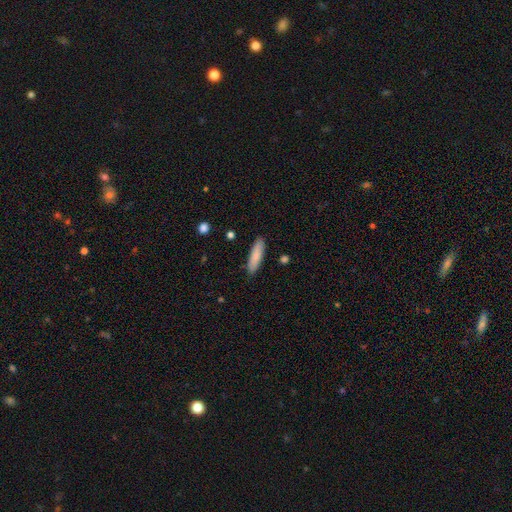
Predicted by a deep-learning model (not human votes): Overall: smooth (85%). How rounded: cigar-shaped (71%). Merging: none (89%).